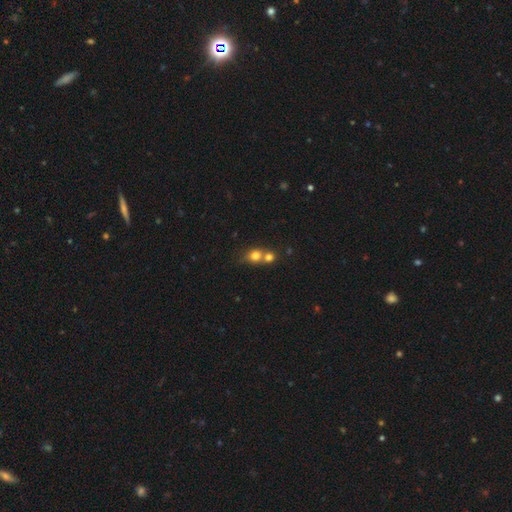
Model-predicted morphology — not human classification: This appears to be a smooth galaxy with no disk features (76%) that is round (74%). Merging: merger (59%).